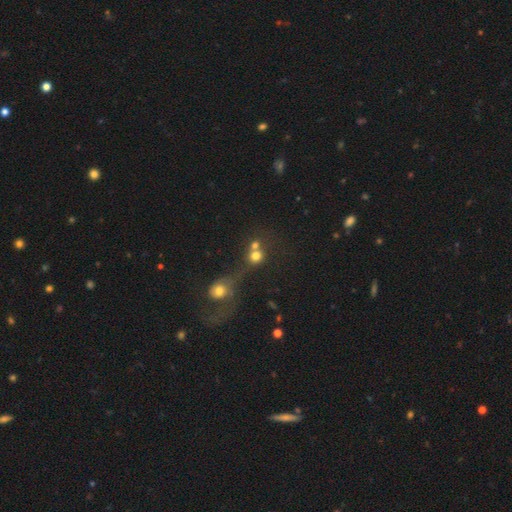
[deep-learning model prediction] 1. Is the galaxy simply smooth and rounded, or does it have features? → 72% smooth, 15% star or artifact, 13% featured or disk.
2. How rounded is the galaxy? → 85% round, 13% in between, 1% cigar-shaped.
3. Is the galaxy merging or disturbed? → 50% merger, 35% none, 8% minor disturbance, 8% major disturbance.